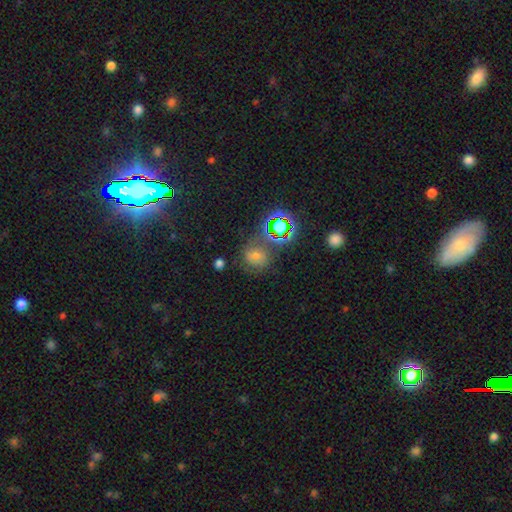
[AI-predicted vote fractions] smooth 45%, star or artifact 33%, featured or disk 22%. Down the decision tree: merging — none (63%).